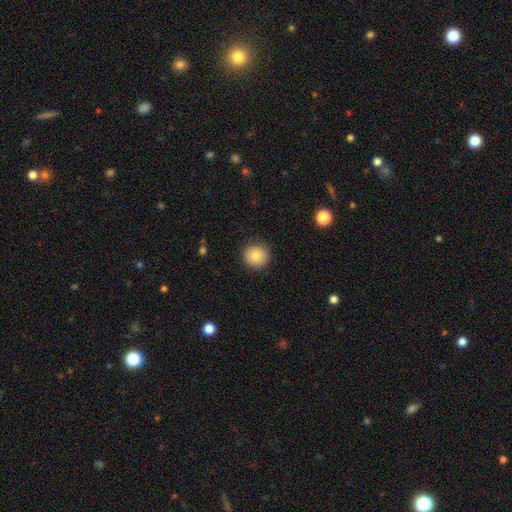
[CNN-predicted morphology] smooth_or_featured: smooth (p=0.84) [alt: star or artifact p=0.09]
how_rounded: round (p=0.91) [alt: in between p=0.08]
merging: none (p=0.86) [alt: minor disturbance p=0.10]